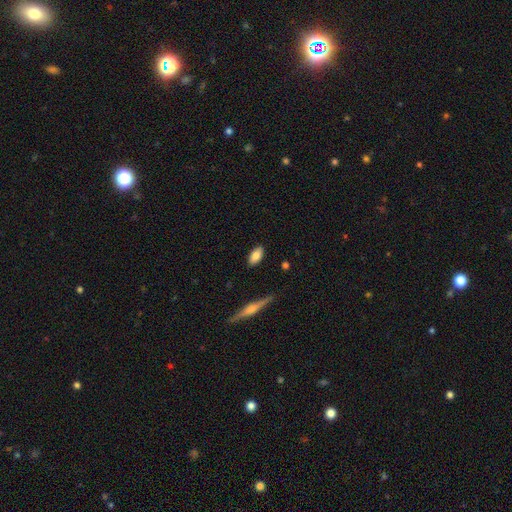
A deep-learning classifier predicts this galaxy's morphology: Overall: smooth (81%). How rounded: in between (90%). Merging: none (86%).